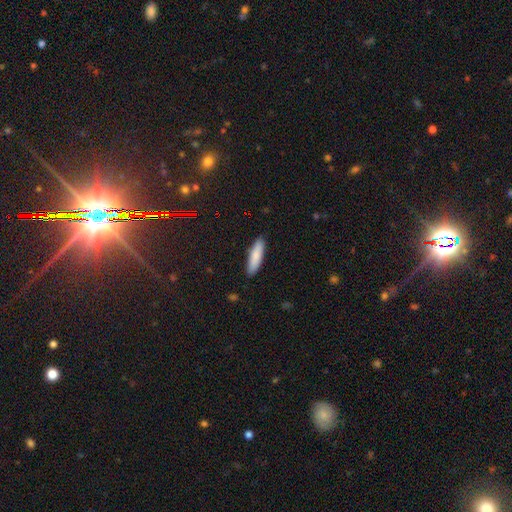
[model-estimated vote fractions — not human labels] The model was most divided on "how rounded": cigar-shaped: 66%, in between: 33%, round: 1%. More confident: merging — none (89%); smooth or featured — smooth (85%).